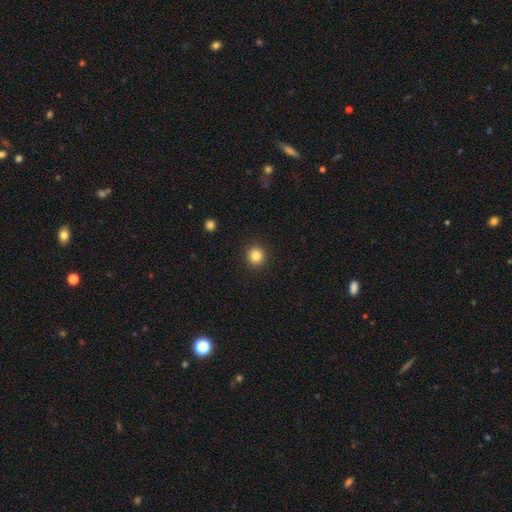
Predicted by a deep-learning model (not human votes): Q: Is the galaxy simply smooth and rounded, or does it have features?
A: smooth — 85%.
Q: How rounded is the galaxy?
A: round — 92%.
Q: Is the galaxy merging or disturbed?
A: none — 92%.